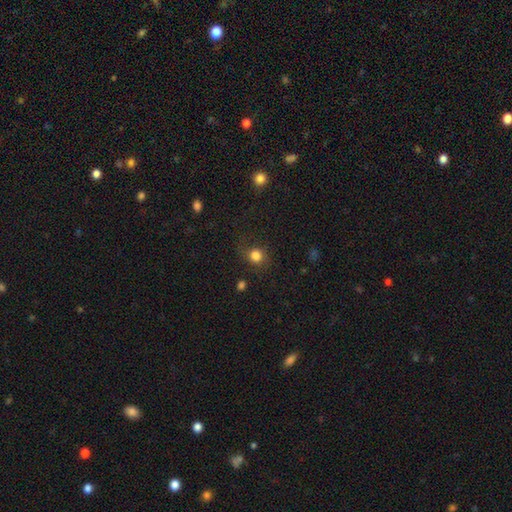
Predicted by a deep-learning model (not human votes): Smooth or featured? Predicted: smooth (p=0.81). How rounded? Predicted: round (p=0.80). Merging? Predicted: none (p=0.72).